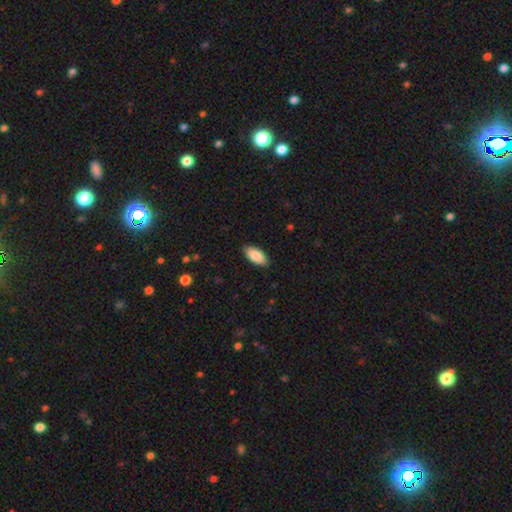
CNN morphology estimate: smooth_or_featured: smooth (p=0.87) [alt: featured or disk p=0.07]
how_rounded: in between (p=0.92) [alt: cigar-shaped p=0.06]
merging: none (p=0.88) [alt: minor disturbance p=0.09]